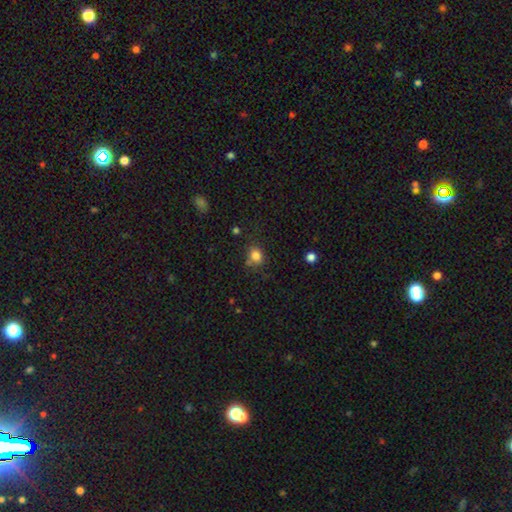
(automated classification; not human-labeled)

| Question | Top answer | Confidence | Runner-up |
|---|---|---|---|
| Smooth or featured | smooth | 81% | star or artifact (12%) |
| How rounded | round | 52% | in between (47%) |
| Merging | none | 67% | minor disturbance (18%) |